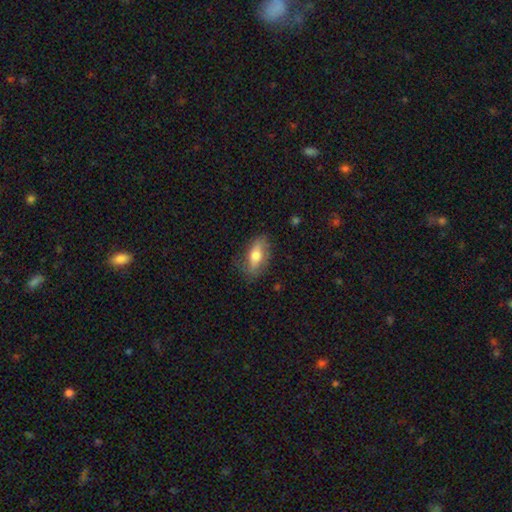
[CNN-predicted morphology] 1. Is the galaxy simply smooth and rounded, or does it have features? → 56% smooth, 38% featured or disk, 7% star or artifact.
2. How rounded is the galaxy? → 78% in between, 17% cigar-shaped, 5% round.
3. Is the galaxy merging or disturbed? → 75% none, 18% minor disturbance, 6% major disturbance, 1% merger.